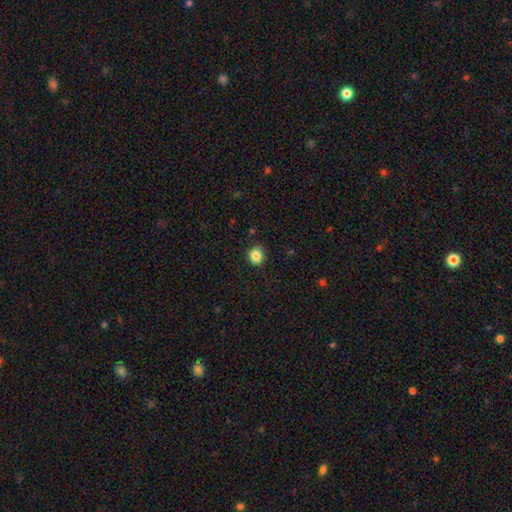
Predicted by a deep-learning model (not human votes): Q: Smooth or featured?
A: smooth (86%); runner-up: star or artifact (10%)
Q: How rounded?
A: round (78%); runner-up: in between (21%)
Q: Merging?
A: none (88%); runner-up: minor disturbance (9%)